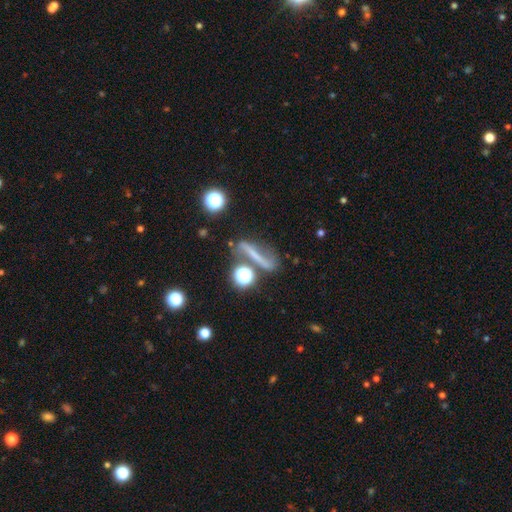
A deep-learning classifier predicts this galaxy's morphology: A featured or disk galaxy (44%).

Vote fractions:
- Smooth or featured? featured or disk: 44% / smooth: 37% / star or artifact: 19%
- Merging? none: 55% / minor disturbance: 18% / major disturbance: 14% / merger: 12%